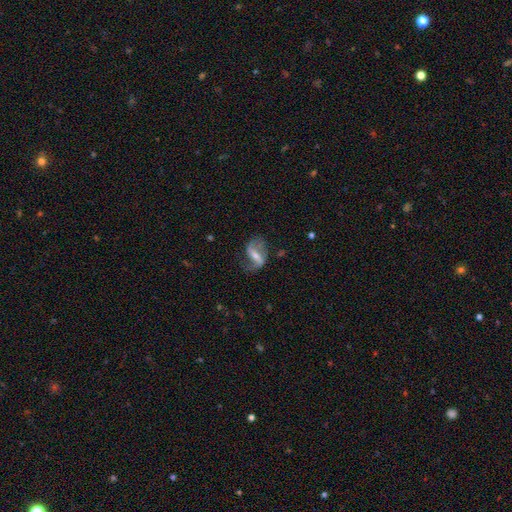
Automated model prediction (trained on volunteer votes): This appears to be a featured or disk galaxy (74%) with a strong bar (52%), 2 (79%) loose (63%) spiral arms (84%) and a small central bulge (44%). Merging: none (54%).